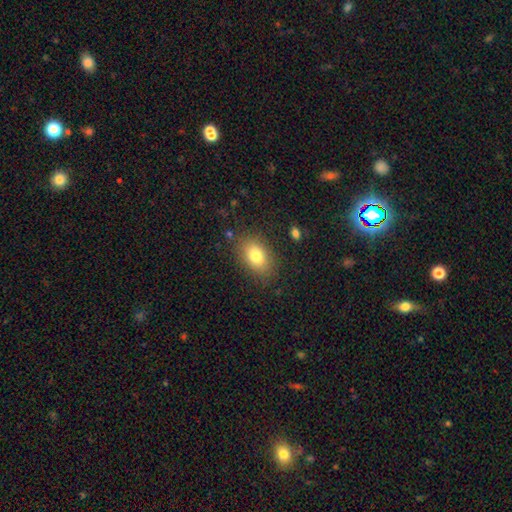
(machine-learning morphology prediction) smooth_or_featured: smooth (p=0.80) [alt: featured or disk p=0.11]
how_rounded: in between (p=0.83) [alt: round p=0.15]
merging: none (p=0.82) [alt: minor disturbance p=0.12]